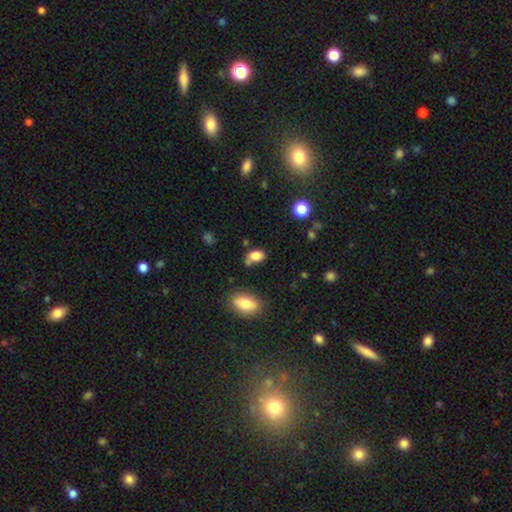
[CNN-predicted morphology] Smooth or featured? Predicted: smooth (p=0.82). How rounded? Predicted: in between (p=0.86). Merging? Predicted: none (p=0.52).